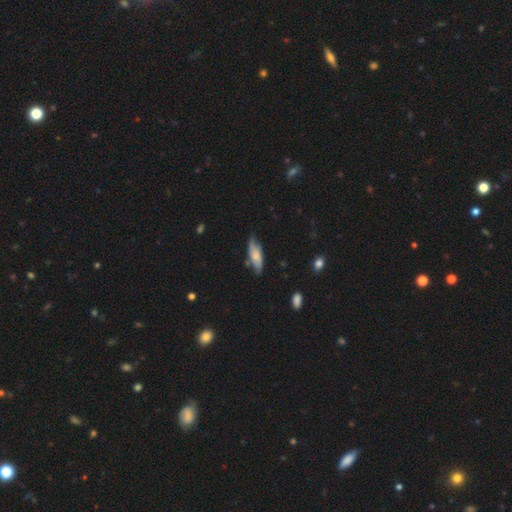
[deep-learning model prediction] Smooth or featured: smooth — 57% (featured or disk — 37%)
How rounded: in between — 63% (cigar-shaped — 35%)
Merging: none — 65% (minor disturbance — 28%)